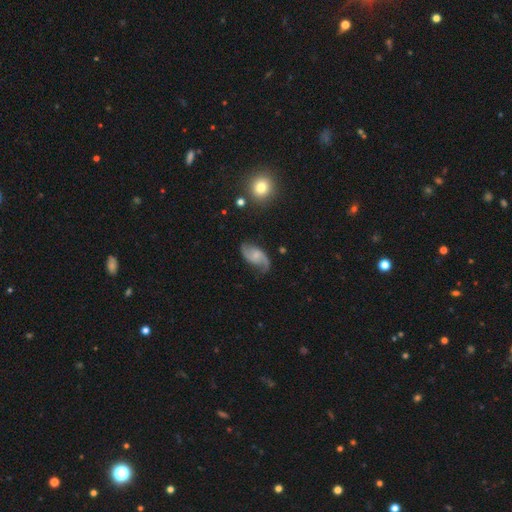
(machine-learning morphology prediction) type=featured or disk (81%); edge-on=no (97%); bar=no (54%); spiral arms=yes (96%); winding=loose (51%); arm count=2 (90%); bulge=small (56%); merging=none (72%).